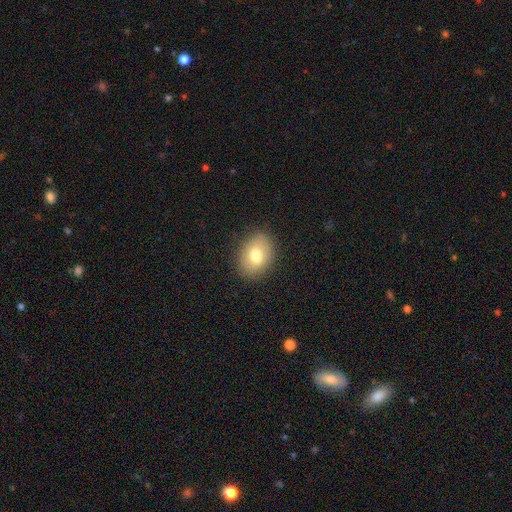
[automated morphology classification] smooth_or_featured: smooth (p=0.73) [alt: featured or disk p=0.18]
how_rounded: in between (p=0.69) [alt: round p=0.30]
merging: none (p=0.85) [alt: minor disturbance p=0.11]